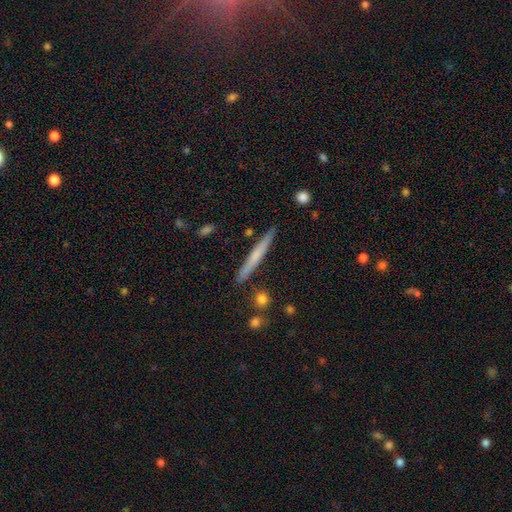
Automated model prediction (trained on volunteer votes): The model was most divided on "smooth or featured": smooth: 49%, featured or disk: 45%, star or artifact: 6%. More confident: merging — none (89%).